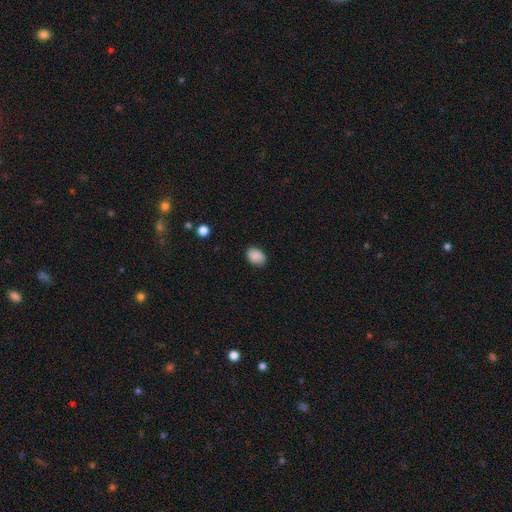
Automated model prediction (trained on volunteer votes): smooth-or-featured: smooth: 89% | star or artifact: 8% | featured or disk: 3%
  how-rounded: in between: 76% | round: 23% | cigar-shaped: 1%
  merging: none: 83% | minor disturbance: 13% | major disturbance: 3% | merger: 1%